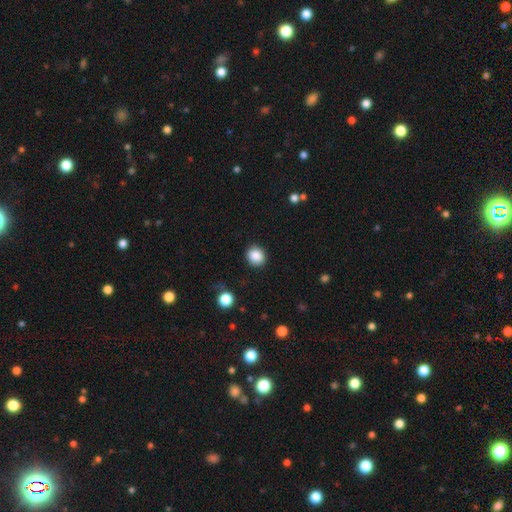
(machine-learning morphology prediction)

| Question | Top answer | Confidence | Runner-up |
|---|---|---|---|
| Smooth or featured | smooth | 87% | star or artifact (9%) |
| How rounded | round | 81% | in between (18%) |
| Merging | none | 89% | minor disturbance (7%) |